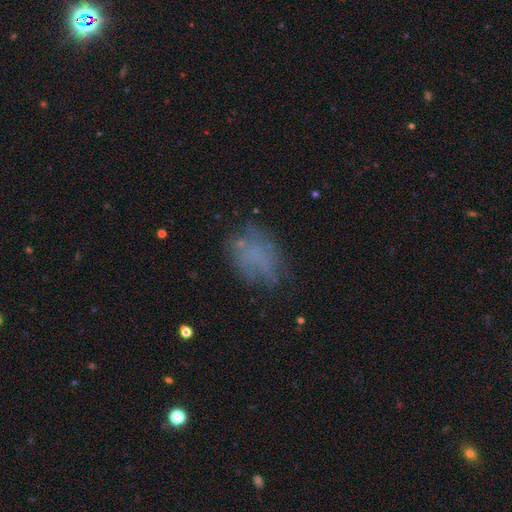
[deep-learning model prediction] Morphology: type=smooth (51%); roundness=in between (69%); merging=none (54%).